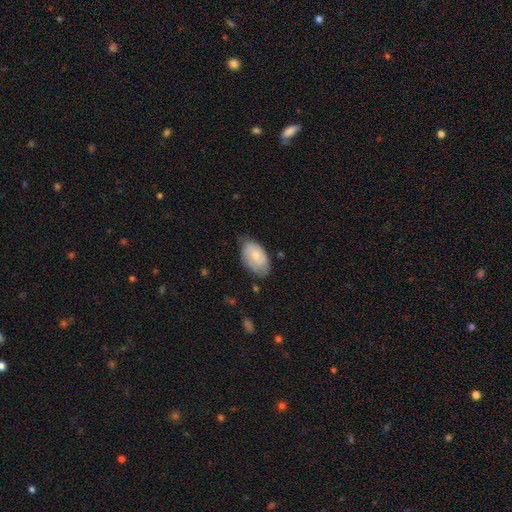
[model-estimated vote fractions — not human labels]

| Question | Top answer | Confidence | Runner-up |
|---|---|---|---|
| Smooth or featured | smooth | 70% | featured or disk (24%) |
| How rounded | in between | 93% | round (6%) |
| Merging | none | 59% | minor disturbance (33%) |